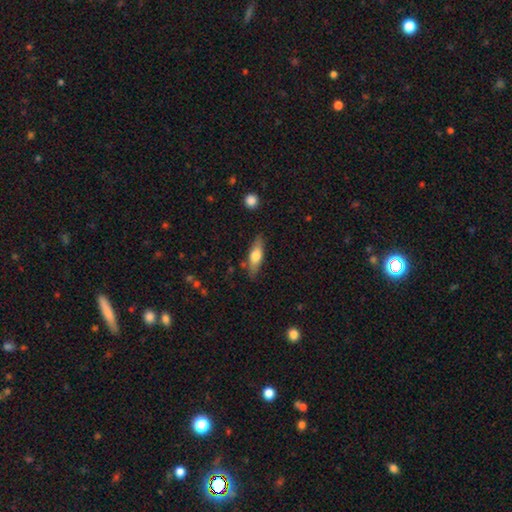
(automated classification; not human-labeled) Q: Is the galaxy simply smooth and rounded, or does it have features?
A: smooth — 59%.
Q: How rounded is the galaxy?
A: cigar-shaped — 51%.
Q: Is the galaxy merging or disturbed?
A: none — 83%.